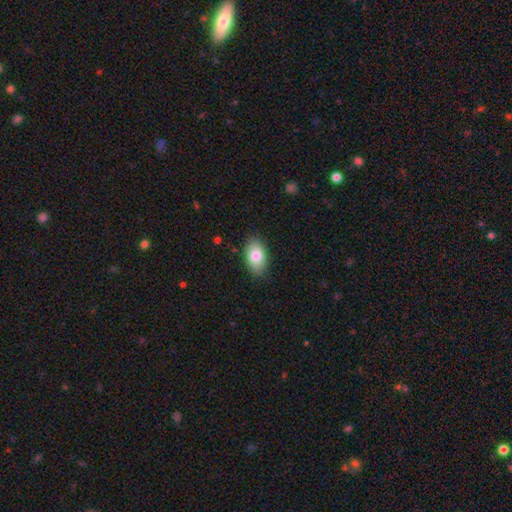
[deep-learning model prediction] Smooth or featured?
  - smooth: 81% *
  - featured or disk: 12%
  - star or artifact: 7%
How rounded?
  - in between: 91% *
  - round: 8%
  - cigar-shaped: 2%
Merging?
  - none: 85% *
  - minor disturbance: 12%
  - major disturbance: 2%
  - merger: 1%